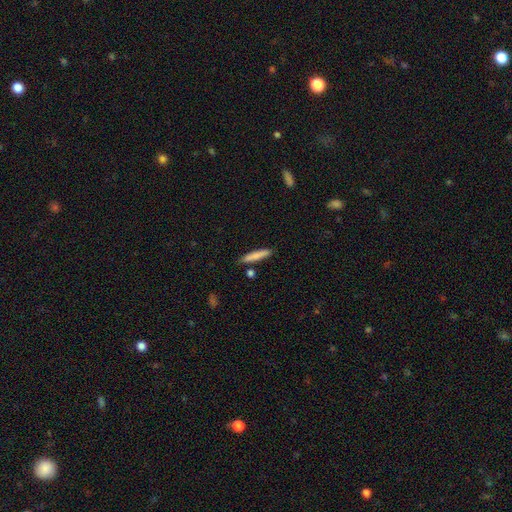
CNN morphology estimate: Smooth or featured?
  - smooth: 78% *
  - featured or disk: 15%
  - star or artifact: 6%
How rounded?
  - cigar-shaped: 91% *
  - in between: 7%
  - round: 1%
Merging?
  - none: 83% *
  - minor disturbance: 11%
  - merger: 4%
  - major disturbance: 2%